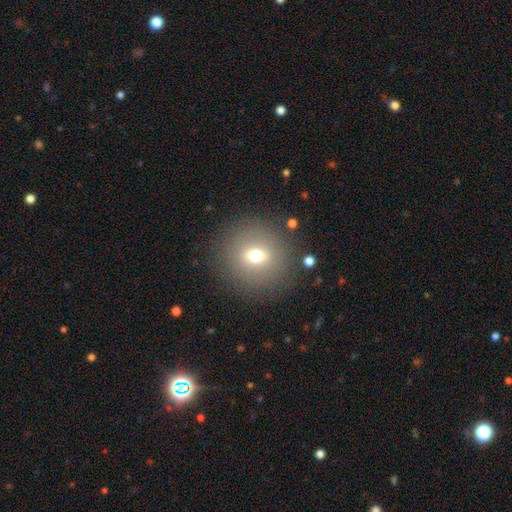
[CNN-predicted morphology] smooth_or_featured: smooth (p=0.63) [alt: featured or disk p=0.20]
how_rounded: round (p=0.88) [alt: in between p=0.10]
merging: none (p=0.88) [alt: minor disturbance p=0.07]